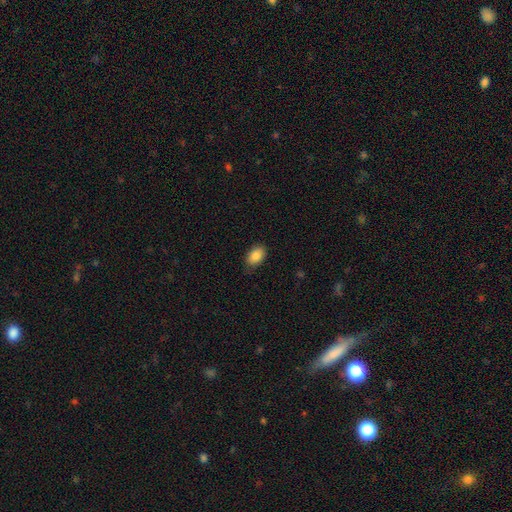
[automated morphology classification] smooth-or-featured: smooth: 87% | star or artifact: 8% | featured or disk: 6%
  how-rounded: in between: 86% | round: 13% | cigar-shaped: 1%
  merging: none: 79% | minor disturbance: 18% | major disturbance: 3% | merger: 1%